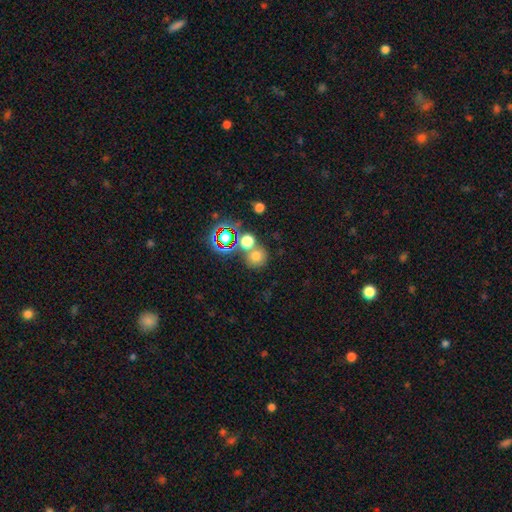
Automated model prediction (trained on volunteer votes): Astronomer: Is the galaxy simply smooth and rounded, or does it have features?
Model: smooth — 67%.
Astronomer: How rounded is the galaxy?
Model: round — 87%.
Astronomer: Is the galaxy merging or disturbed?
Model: none — 60%.